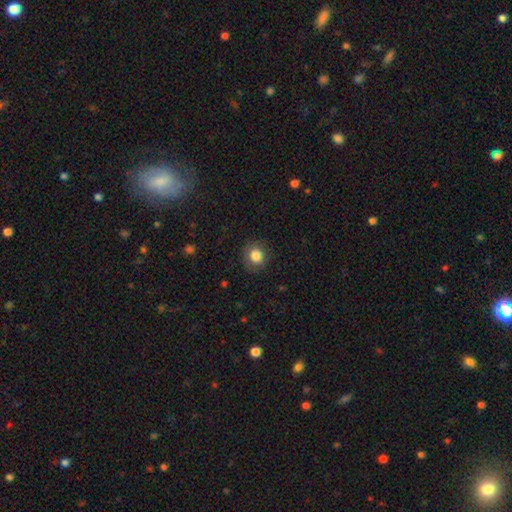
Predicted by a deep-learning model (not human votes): This is clearly a smooth galaxy (83%). How rounded: clearly round (81%). Merging: clearly none (82%).